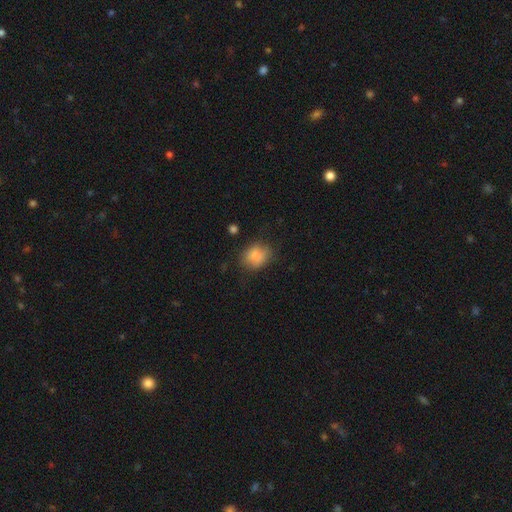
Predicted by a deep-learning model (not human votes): A smooth galaxy with no disk features (78%) that is round (53%).

Vote fractions:
- Smooth or featured? smooth: 78% / featured or disk: 12% / star or artifact: 10%
- How rounded? round: 53% / in between: 46% / cigar-shaped: 1%
- Merging? none: 61% / minor disturbance: 26% / major disturbance: 9% / merger: 4%